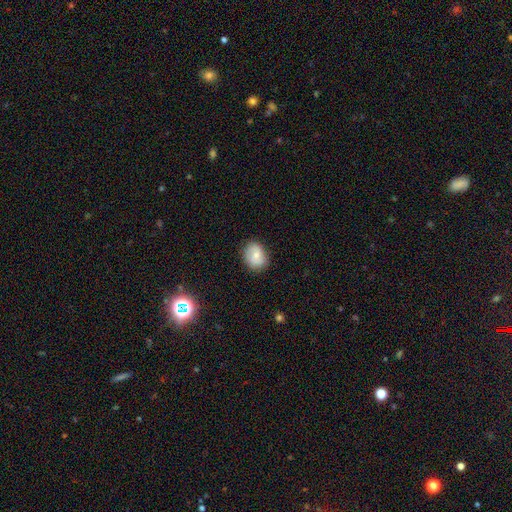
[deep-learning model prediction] A smooth galaxy with no disk features (69%) that is in between round and cigar-shaped (55%).

Vote fractions:
- Smooth or featured? smooth: 69% / featured or disk: 23% / star or artifact: 8%
- How rounded? in between: 55% / round: 44% / cigar-shaped: 1%
- Merging? none: 79% / minor disturbance: 16% / major disturbance: 3% / merger: 1%